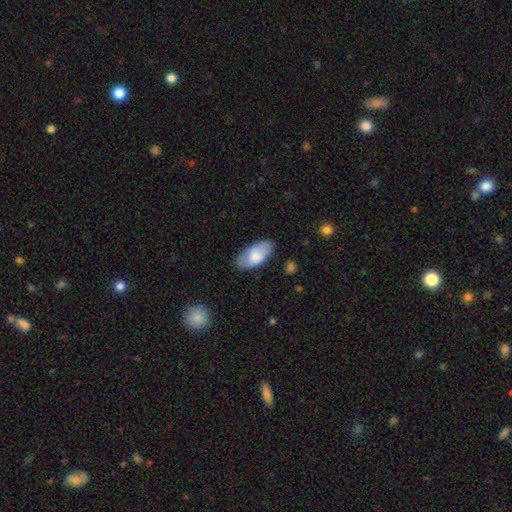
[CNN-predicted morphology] smooth-or-featured: smooth: 75% | featured or disk: 19% | star or artifact: 6%
  how-rounded: in between: 93% | cigar-shaped: 4% | round: 2%
  merging: none: 74% | minor disturbance: 20% | major disturbance: 4% | merger: 2%